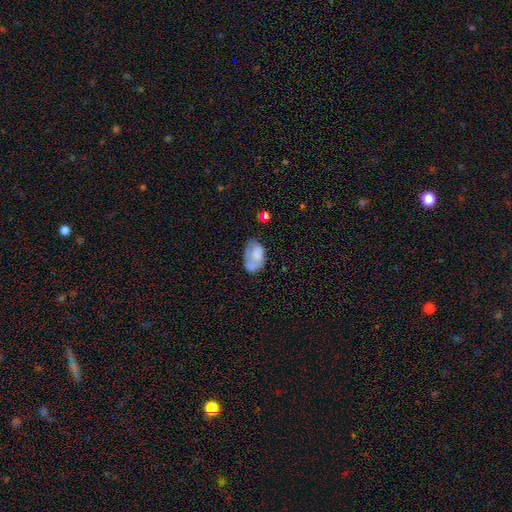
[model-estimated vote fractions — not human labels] Overall: smooth (60%; featured or disk 32%). How rounded: in between (90%). Merging: none (45%; minor disturbance 31%).